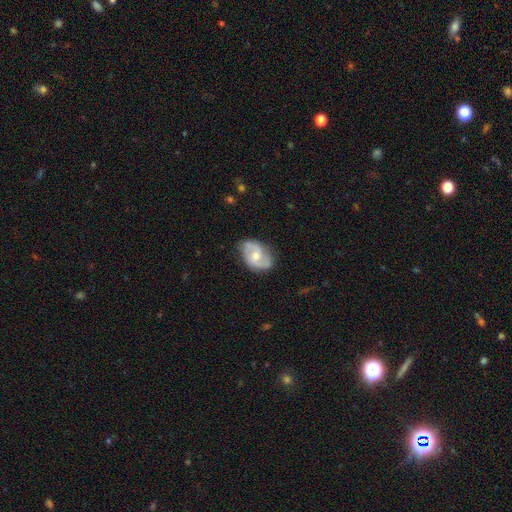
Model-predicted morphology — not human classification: type=featured or disk (69%); edge-on=no (96%); bar=no (47%); spiral arms=yes (86%); winding=medium (46%); arm count=2 (85%); bulge=moderate (61%); merging=none (71%).